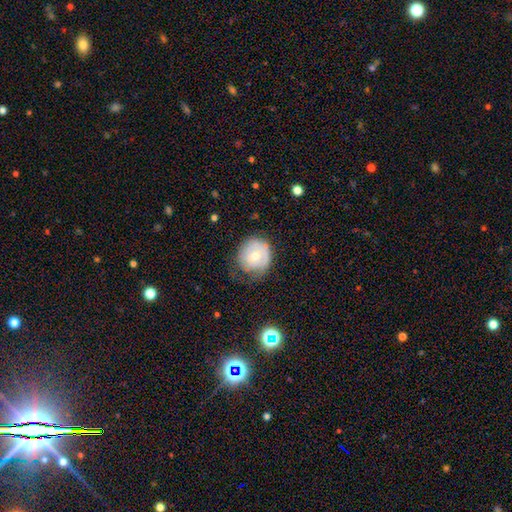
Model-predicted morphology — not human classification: type=smooth (52%); roundness=round (81%); merging=none (55%).